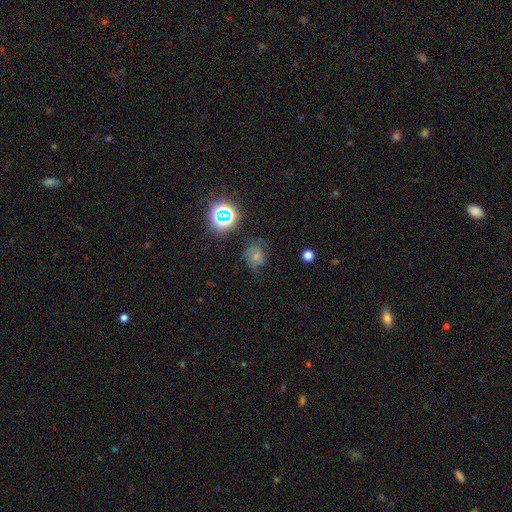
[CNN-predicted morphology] Smooth or featured? Predicted: smooth (p=0.52). How rounded? Predicted: round (p=0.67). Merging? Predicted: none (p=0.59).